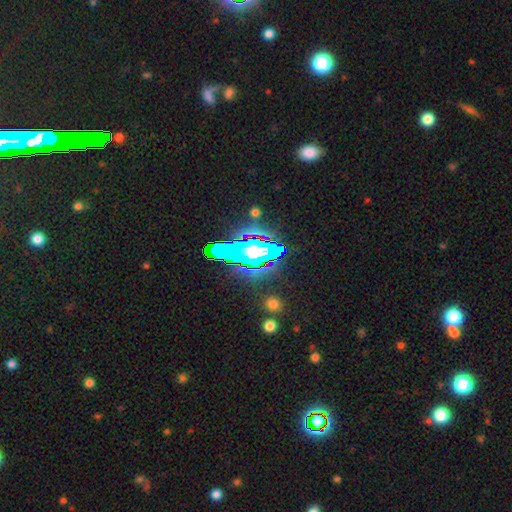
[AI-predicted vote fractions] Smooth or featured? star or artifact (56%)